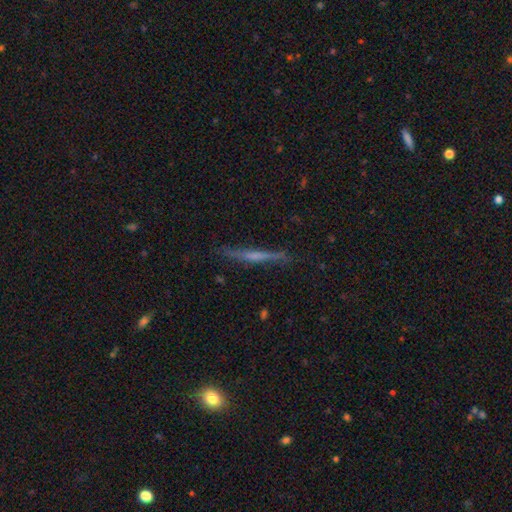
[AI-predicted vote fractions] This appears to be a featured or disk galaxy (57%) viewed edge-on (96%) with no central bulge (58%). Merging: none (85%).